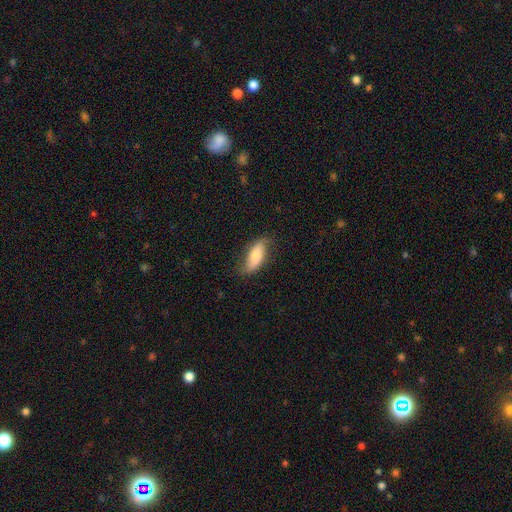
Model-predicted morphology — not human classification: Q: Smooth or featured?
A: smooth (62%); runner-up: featured or disk (32%)
Q: How rounded?
A: in between (71%); runner-up: cigar-shaped (26%)
Q: Merging?
A: none (71%); runner-up: minor disturbance (23%)